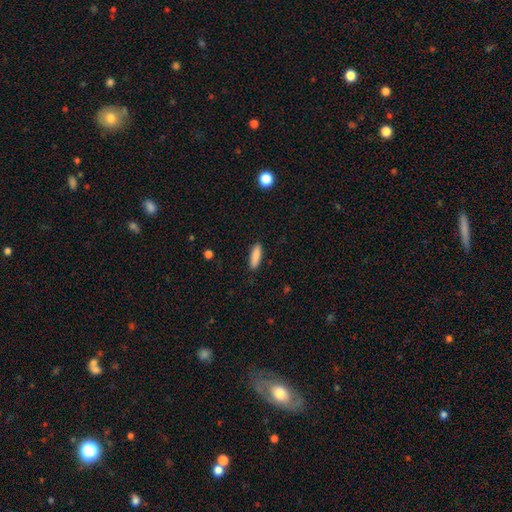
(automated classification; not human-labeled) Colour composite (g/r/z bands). It shows a smooth galaxy with no disk features (88%) that is cigar-shaped (53%). Merging: none (88%).